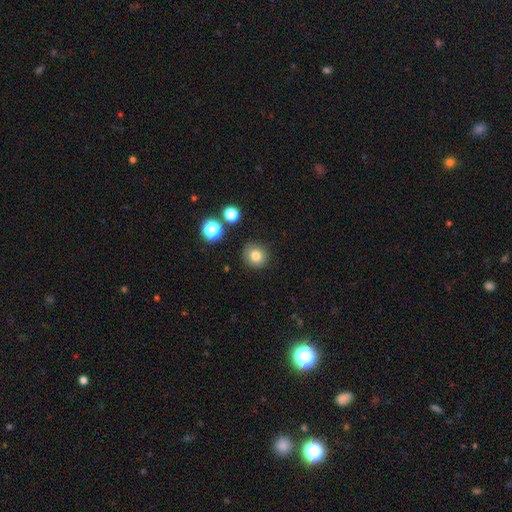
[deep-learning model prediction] This is clearly a smooth galaxy (80%). How rounded: clearly round (90%). Merging: clearly none (88%).